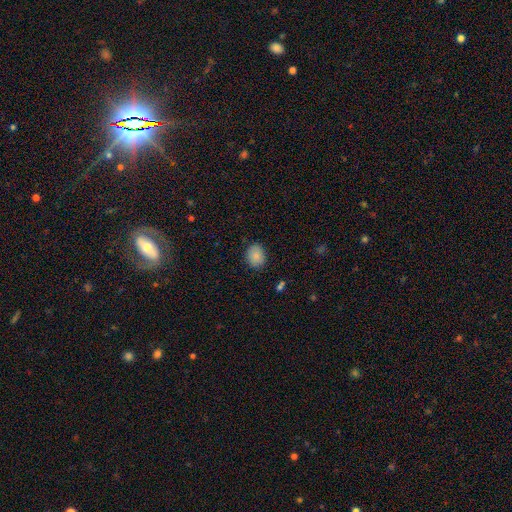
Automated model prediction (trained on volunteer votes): Smooth or featured? smooth (85%)
How rounded? in between (57%)
Merging? none (85%)